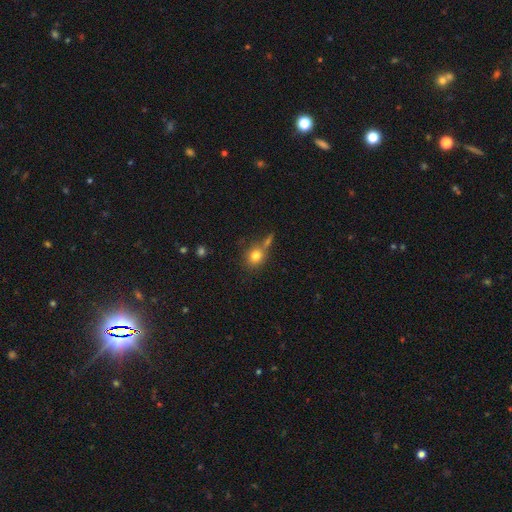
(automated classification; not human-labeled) smooth-or-featured: smooth: 79% | star or artifact: 11% | featured or disk: 9%
  how-rounded: round: 77% | in between: 21% | cigar-shaped: 1%
  merging: none: 62% | merger: 19% | minor disturbance: 13% | major disturbance: 5%